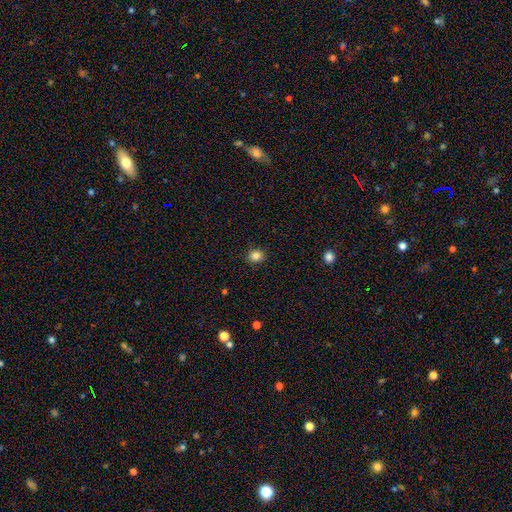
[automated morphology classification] smooth 84%, star or artifact 11%, featured or disk 4%. Down the decision tree: how rounded — round (74%); merging — none (89%).